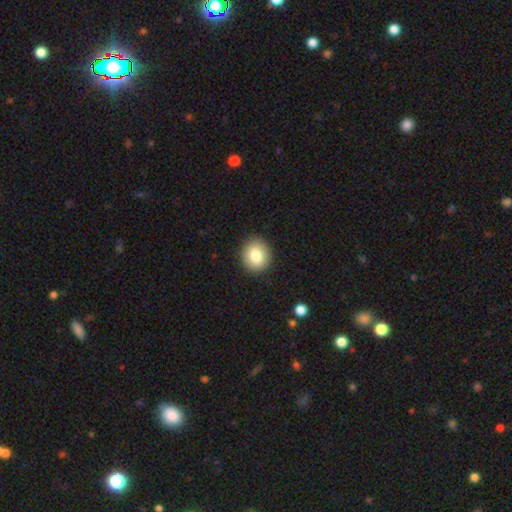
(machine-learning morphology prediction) A smooth galaxy with no disk features (82%) that is round (79%).

Vote fractions:
- Smooth or featured? smooth: 82% / featured or disk: 10% / star or artifact: 9%
- How rounded? round: 79% / in between: 20% / cigar-shaped: 1%
- Merging? none: 90% / minor disturbance: 7% / major disturbance: 2% / merger: 1%